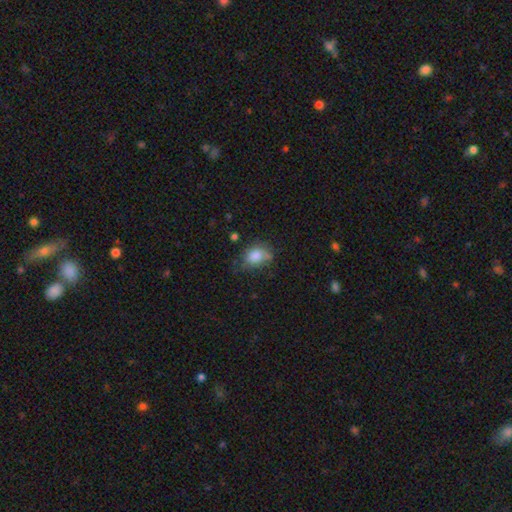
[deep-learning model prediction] smooth 81%, featured or disk 10%, star or artifact 10%. Down the decision tree: how rounded — in between (63%); merging — none (52%).